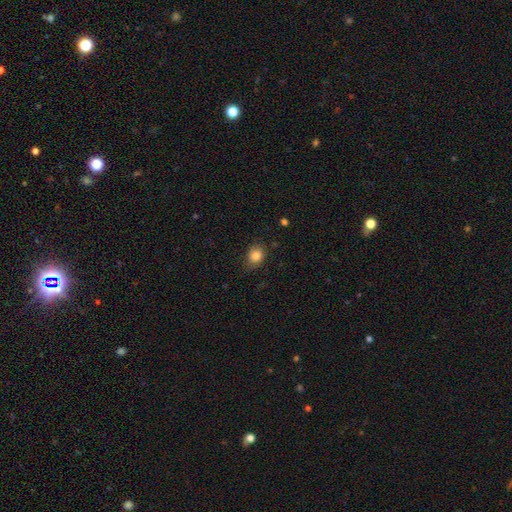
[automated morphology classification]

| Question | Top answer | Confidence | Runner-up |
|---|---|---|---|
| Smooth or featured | smooth | 84% | star or artifact (10%) |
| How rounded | round | 55% | in between (44%) |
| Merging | none | 73% | minor disturbance (21%) |